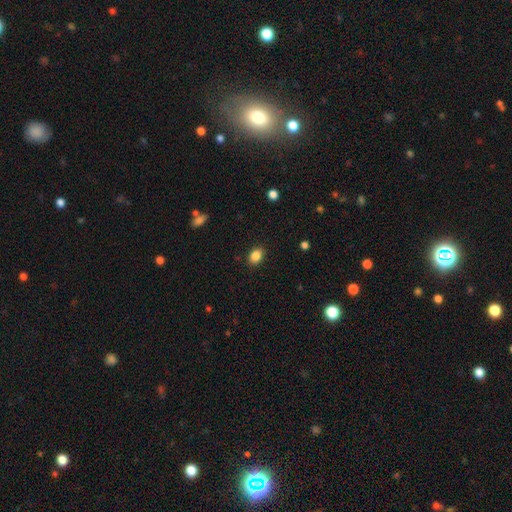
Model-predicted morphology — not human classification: smooth-or-featured: smooth: 86% | star or artifact: 10% | featured or disk: 5%
  how-rounded: in between: 69% | round: 29% | cigar-shaped: 1%
  merging: none: 88% | minor disturbance: 9% | major disturbance: 2% | merger: 1%